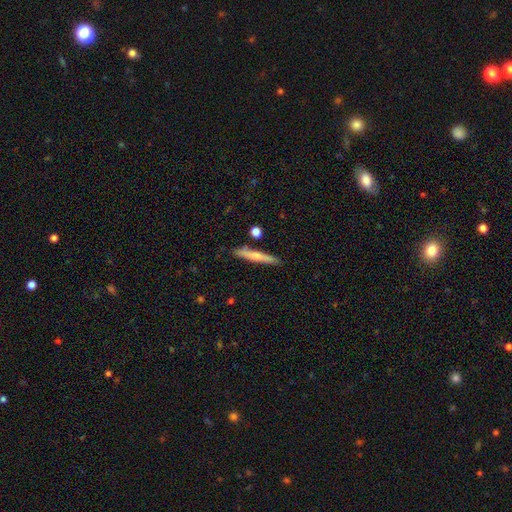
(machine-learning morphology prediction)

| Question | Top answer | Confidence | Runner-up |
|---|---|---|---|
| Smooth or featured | smooth | 60% | featured or disk (34%) |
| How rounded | cigar-shaped | 94% | in between (4%) |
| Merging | none | 83% | minor disturbance (11%) |